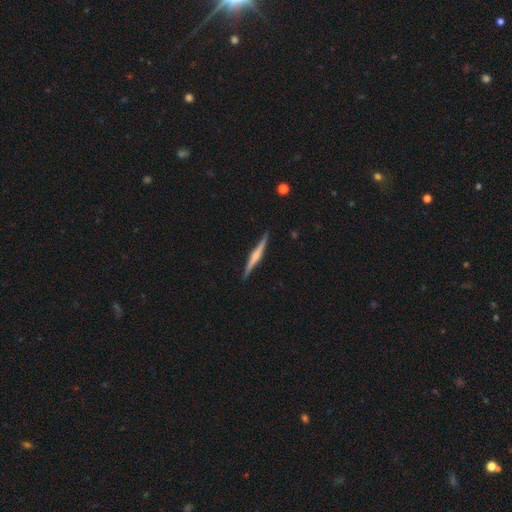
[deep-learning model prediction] Q: Smooth or featured?
A: featured or disk (67%); runner-up: smooth (28%)
Q: Edge-on disk?
A: yes (98%); runner-up: no (2%)
Q: Edge-on bulge?
A: rounded (54%); runner-up: none (26%)
Q: Merging?
A: none (90%); runner-up: minor disturbance (7%)